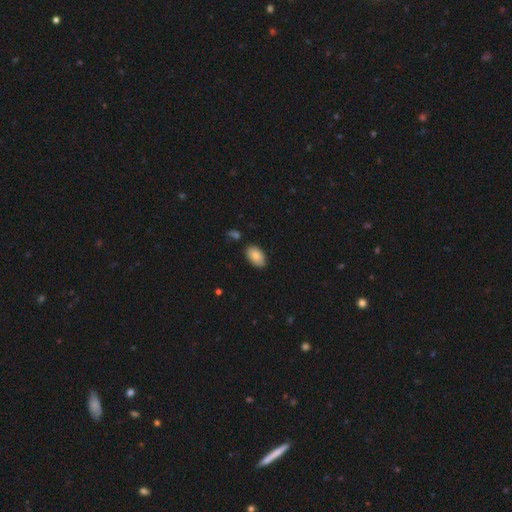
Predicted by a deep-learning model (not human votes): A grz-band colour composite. It shows a smooth galaxy with no disk features (85%) that is in between round and cigar-shaped (94%). Merging: none (82%).